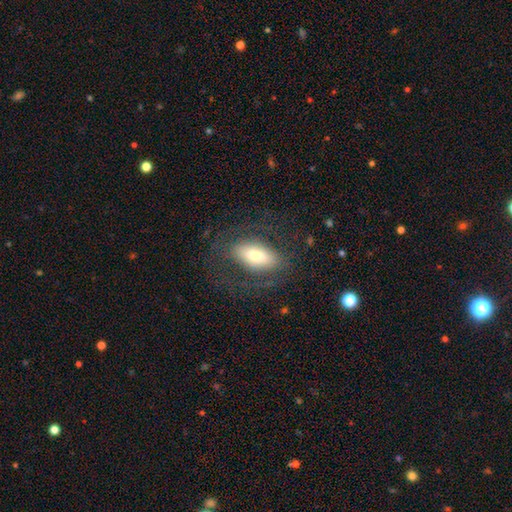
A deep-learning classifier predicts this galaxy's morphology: smooth-or-featured: smooth: 54% | featured or disk: 38% | star or artifact: 8%
  how-rounded: in between: 87% | cigar-shaped: 8% | round: 6%
  merging: none: 67% | major disturbance: 16% | minor disturbance: 15% | merger: 1%